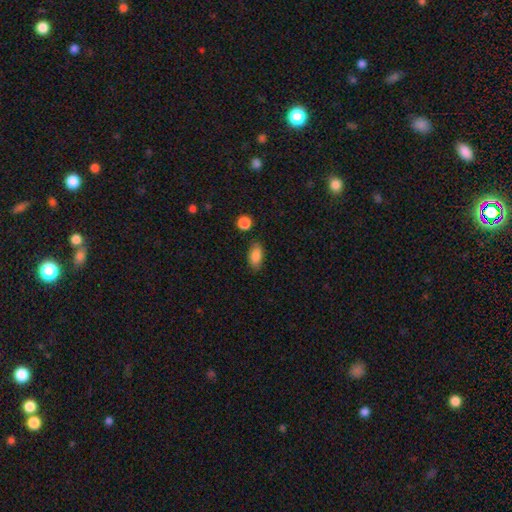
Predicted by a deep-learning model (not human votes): This appears to be a smooth galaxy with no disk features (86%) that is in between round and cigar-shaped (90%). Merging: none (80%).